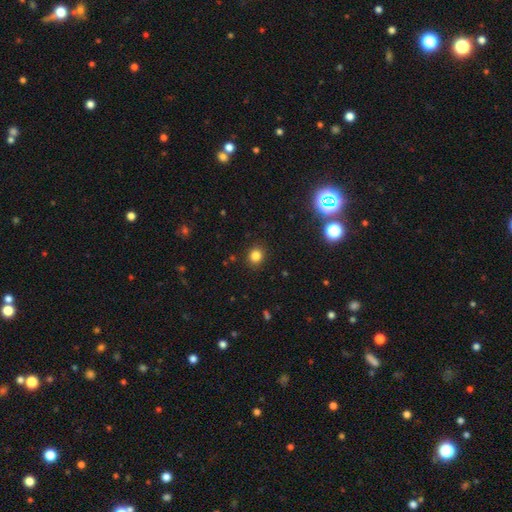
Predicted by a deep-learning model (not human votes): This appears to be a smooth galaxy with no disk features (82%) that is round (78%). Merging: none (90%).